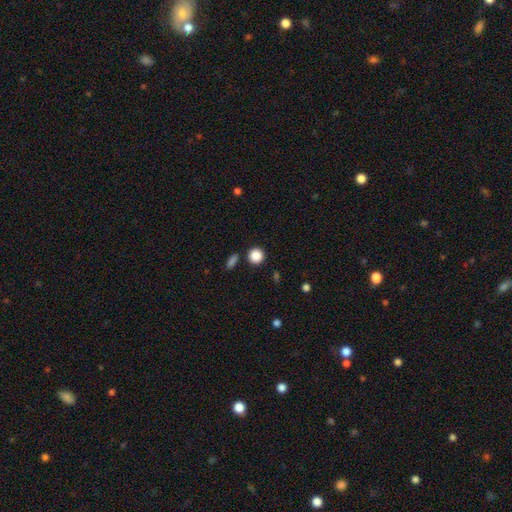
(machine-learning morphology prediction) Overall: smooth (87%). How rounded: round (92%). Merging: none (86%).